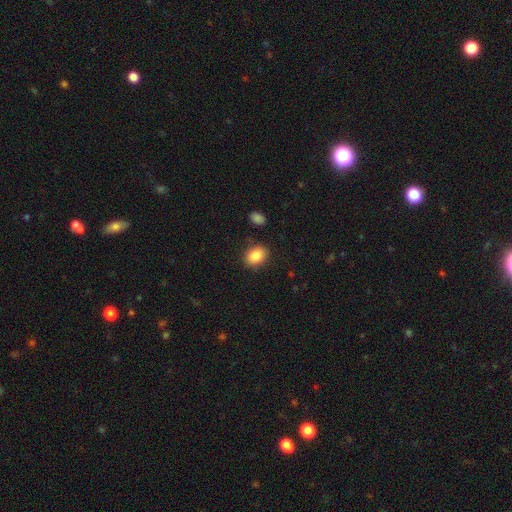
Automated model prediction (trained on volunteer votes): Smooth or featured?
  - smooth: 85% *
  - star or artifact: 8%
  - featured or disk: 6%
How rounded?
  - in between: 64% *
  - round: 35%
  - cigar-shaped: 1%
Merging?
  - none: 85% *
  - minor disturbance: 10%
  - major disturbance: 3%
  - merger: 2%